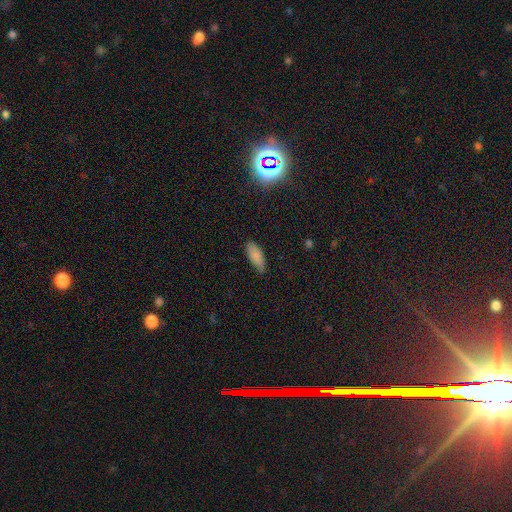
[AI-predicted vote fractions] Smooth or featured?
  - smooth: 86% *
  - star or artifact: 7%
  - featured or disk: 6%
How rounded?
  - in between: 79% *
  - cigar-shaped: 19%
  - round: 2%
Merging?
  - none: 80% *
  - minor disturbance: 17%
  - major disturbance: 3%
  - merger: 1%